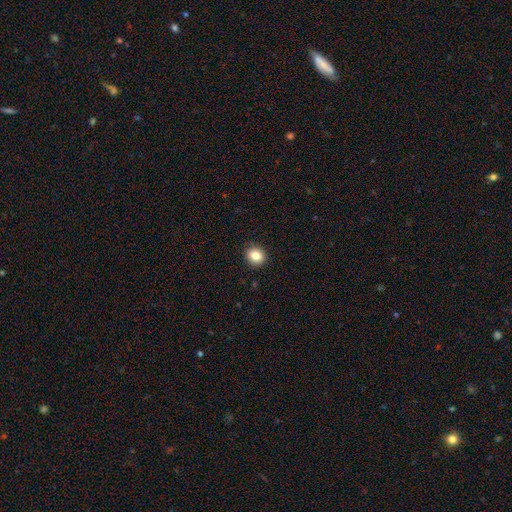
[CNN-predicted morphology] Smooth or featured: smooth — 84% (star or artifact — 10%)
How rounded: round — 74% (in between — 25%)
Merging: none — 90% (minor disturbance — 7%)